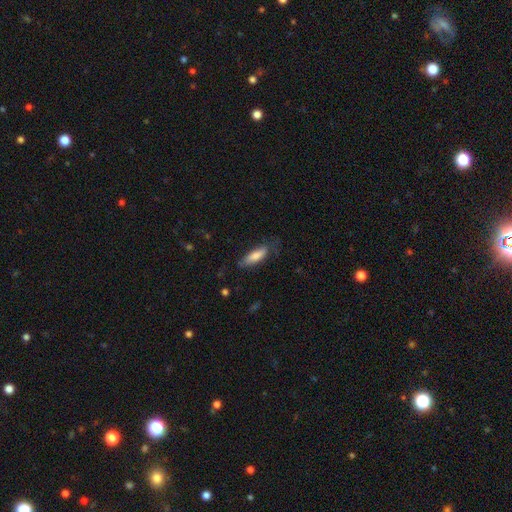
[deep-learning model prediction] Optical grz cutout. It shows a smooth galaxy with no disk features (78%) that is in between round and cigar-shaped (49%, tied with cigar-shaped). Merging: none (68%).